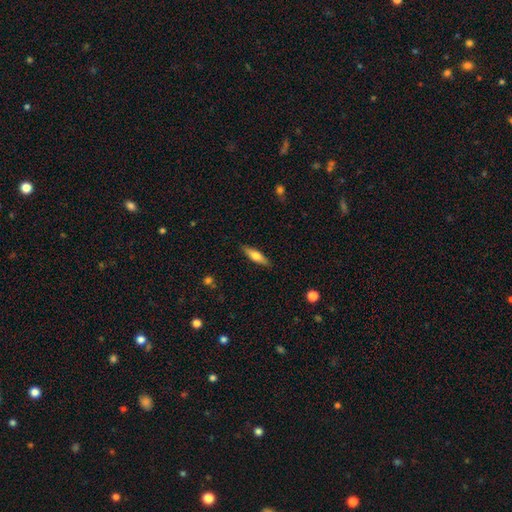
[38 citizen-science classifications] Q: Smooth or featured?
A: smooth (68%); runner-up: featured or disk (32%)
Q: How rounded?
A: cigar-shaped (62%); runner-up: in between (35%)
Q: Merging?
A: none (82%); runner-up: minor disturbance (13%)